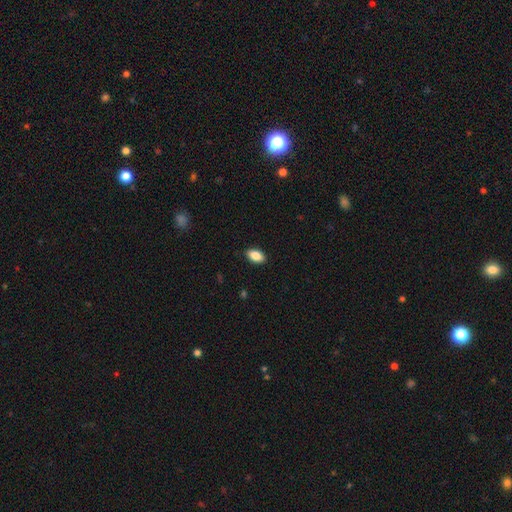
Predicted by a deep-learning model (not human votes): This appears to be a smooth galaxy with no disk features (87%) that is in between round and cigar-shaped (92%). Merging: none (89%).